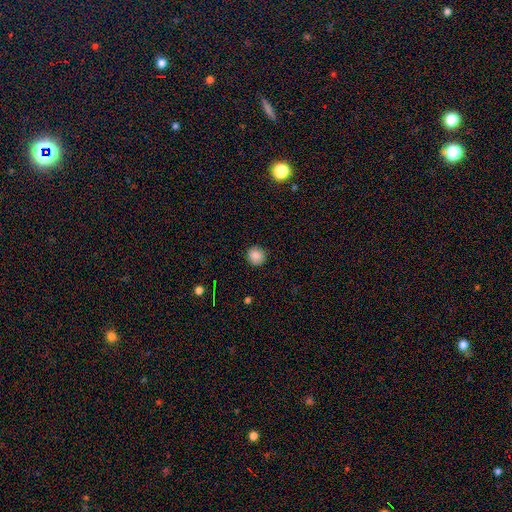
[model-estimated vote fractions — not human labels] A smooth galaxy with no disk features (86%) that is round (92%). Merging: none (90%).